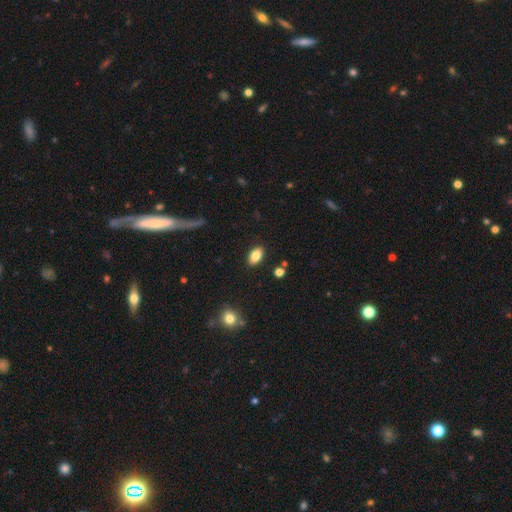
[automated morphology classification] A smooth galaxy with no disk features (83%) that is in between round and cigar-shaped (91%).

Vote fractions:
- Smooth or featured? smooth: 83% / star or artifact: 9% / featured or disk: 8%
- How rounded? in between: 91% / round: 7% / cigar-shaped: 2%
- Merging? none: 88% / minor disturbance: 8% / major disturbance: 2% / merger: 2%